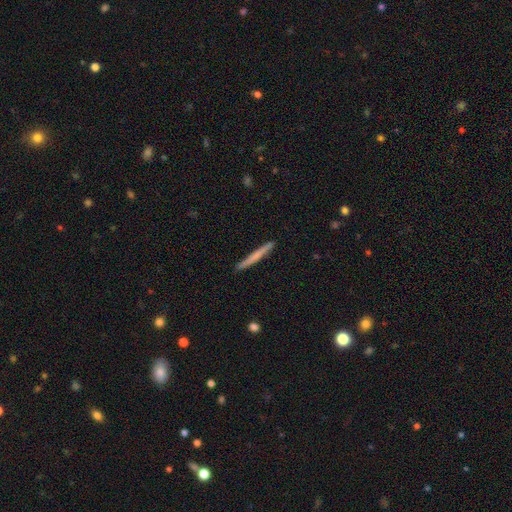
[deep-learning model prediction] Morphology: type=smooth (62%); roundness=cigar-shaped (97%); merging=none (91%).